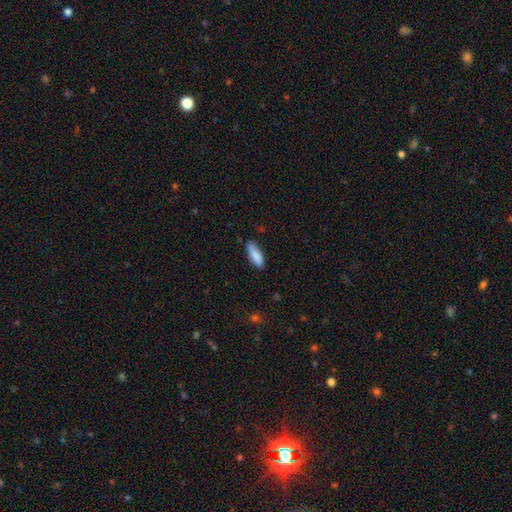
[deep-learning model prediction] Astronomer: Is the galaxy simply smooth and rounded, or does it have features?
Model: smooth — 88%.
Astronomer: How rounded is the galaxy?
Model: in between — 63%.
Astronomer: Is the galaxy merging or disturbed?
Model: none — 79%.